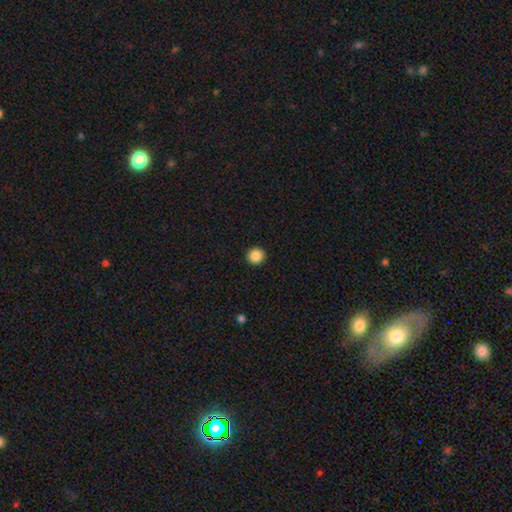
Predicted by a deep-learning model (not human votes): A smooth galaxy with no disk features (88%) that is round (92%). Merging: none (93%).